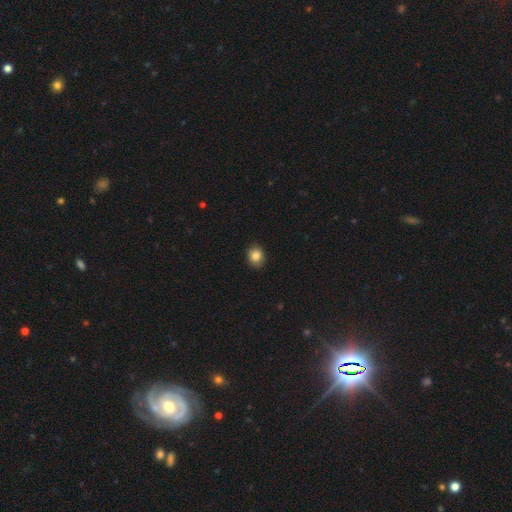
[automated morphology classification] A smooth galaxy with no disk features (84%) that is round (66%).

Vote fractions:
- Smooth or featured? smooth: 84% / star or artifact: 10% / featured or disk: 6%
- How rounded? round: 66% / in between: 33% / cigar-shaped: 1%
- Merging? none: 87% / minor disturbance: 10% / major disturbance: 2% / merger: 1%